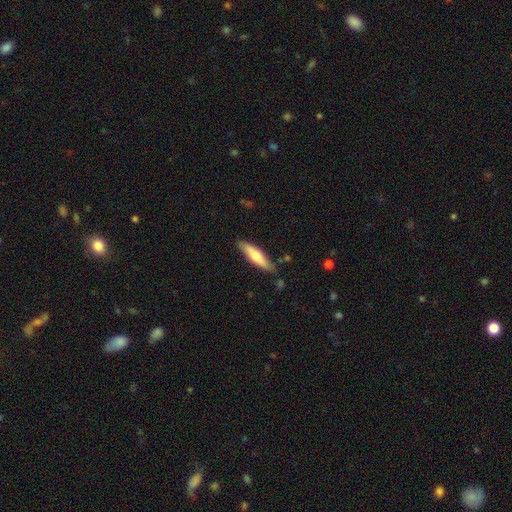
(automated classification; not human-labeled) Overall: smooth (60%; featured or disk 35%). How rounded: cigar-shaped (70%). Merging: none (83%).